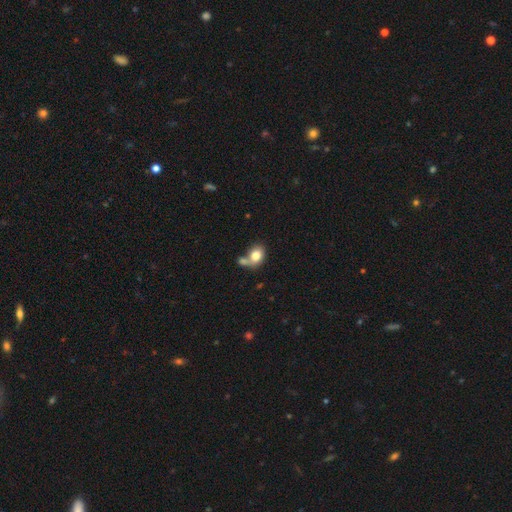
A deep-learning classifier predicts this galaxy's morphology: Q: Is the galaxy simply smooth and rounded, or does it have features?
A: smooth — 79%.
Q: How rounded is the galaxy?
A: in between — 64%.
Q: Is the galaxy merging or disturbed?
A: merger — 43%.